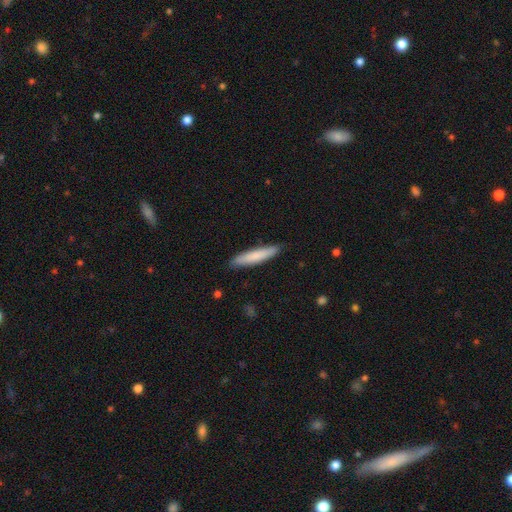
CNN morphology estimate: This is likely a smooth galaxy (79%). How rounded: clearly cigar-shaped (89%). Merging: clearly none (88%).